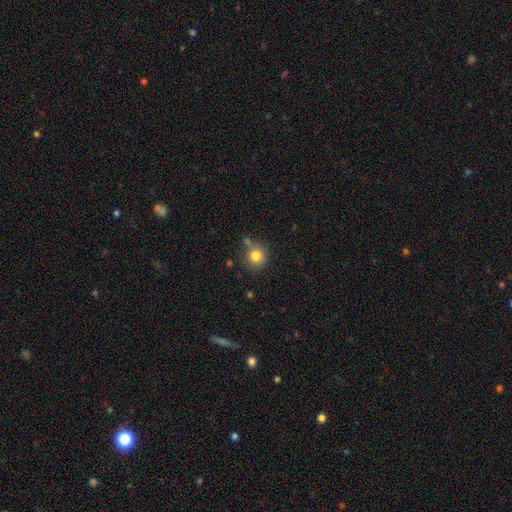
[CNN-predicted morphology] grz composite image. It shows a smooth galaxy with no disk features (82%) that is round (91%). Merging: none (70%).